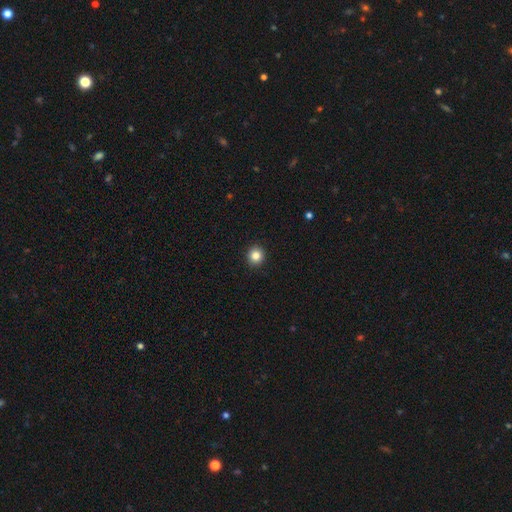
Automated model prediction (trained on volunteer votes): Morphology: type=smooth (84%); roundness=round (92%); merging=none (93%).